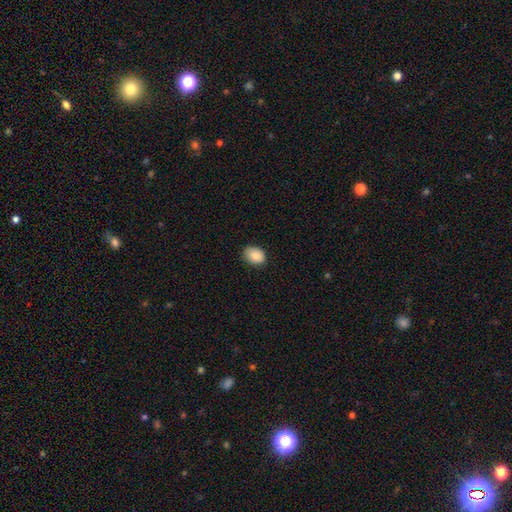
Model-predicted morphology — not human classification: This appears to be a smooth galaxy with no disk features (86%) that is in between round and cigar-shaped (64%). Merging: none (82%).